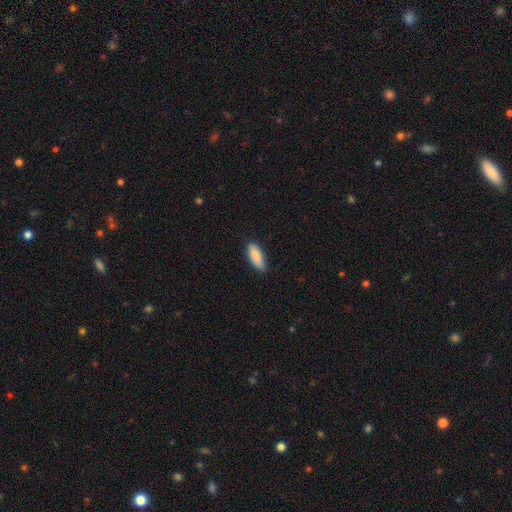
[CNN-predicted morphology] This is clearly a smooth galaxy (87%). How rounded: likely in between (74%). Merging: likely none (75%).